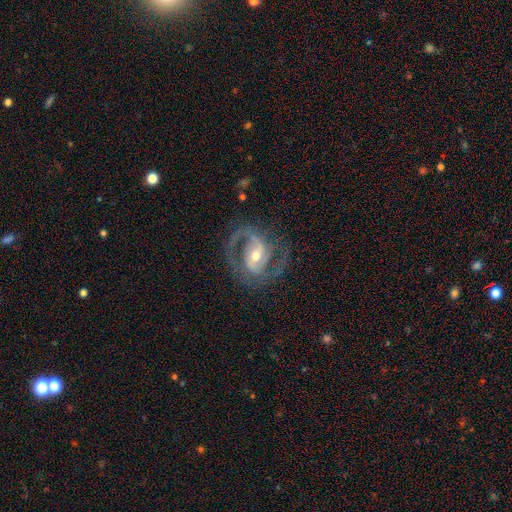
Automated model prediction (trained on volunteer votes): The model was most divided on "bar": weak: 43%, strong: 32%, no: 25%. More confident: edge-on disk — no (97%); spiral arms — yes (97%); smooth or featured — featured or disk (90%); spiral arm count — 2 (87%); merging — none (74%); bulge size — moderate (61%); spiral winding — medium (59%).